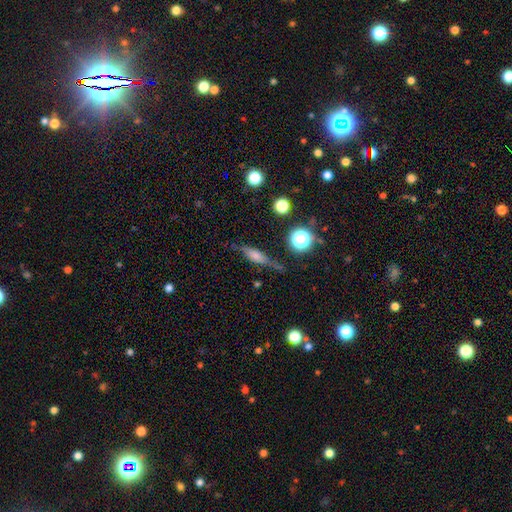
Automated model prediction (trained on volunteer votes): A featured or disk galaxy (46%).

Vote fractions:
- Smooth or featured? featured or disk: 46% / smooth: 42% / star or artifact: 12%
- Merging? none: 72% / minor disturbance: 19% / major disturbance: 6% / merger: 3%